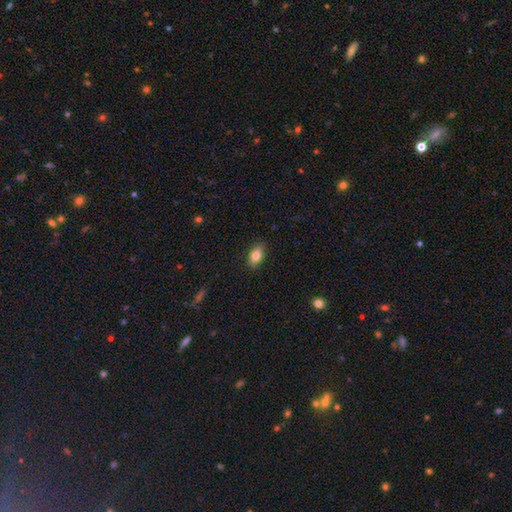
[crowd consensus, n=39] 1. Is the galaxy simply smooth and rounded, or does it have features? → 92% smooth, 8% featured or disk, 0% star or artifact.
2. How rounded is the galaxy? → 89% in between, 6% round, 6% cigar-shaped.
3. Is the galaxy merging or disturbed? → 87% none, 13% minor disturbance, 0% major disturbance, 0% merger.